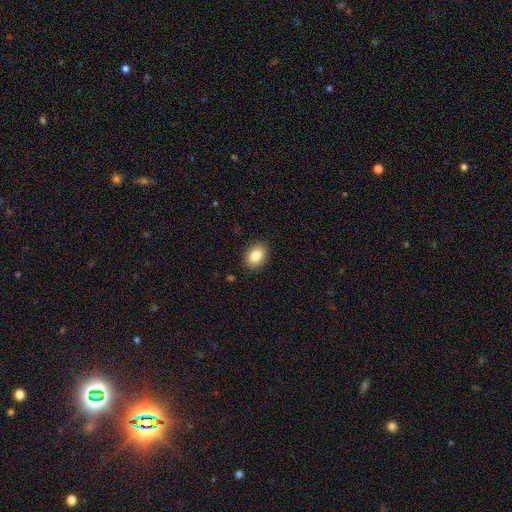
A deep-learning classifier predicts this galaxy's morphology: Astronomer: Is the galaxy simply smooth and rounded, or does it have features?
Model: smooth — 86%.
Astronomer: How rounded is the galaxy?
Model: in between — 80%.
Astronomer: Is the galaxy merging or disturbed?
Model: none — 88%.